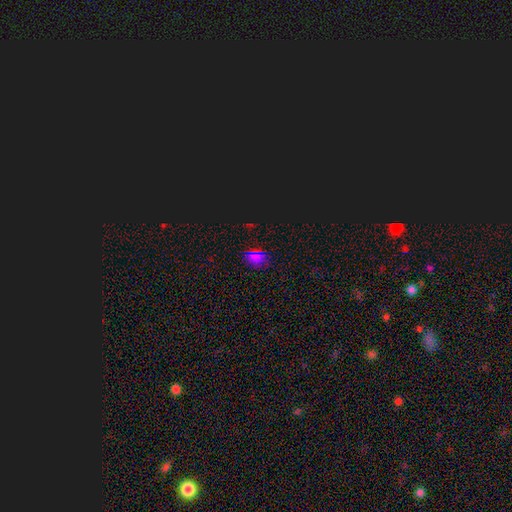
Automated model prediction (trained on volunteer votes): This is possibly a smooth galaxy (57%). How rounded: likely in between (65%). Merging: clearly none (85%).